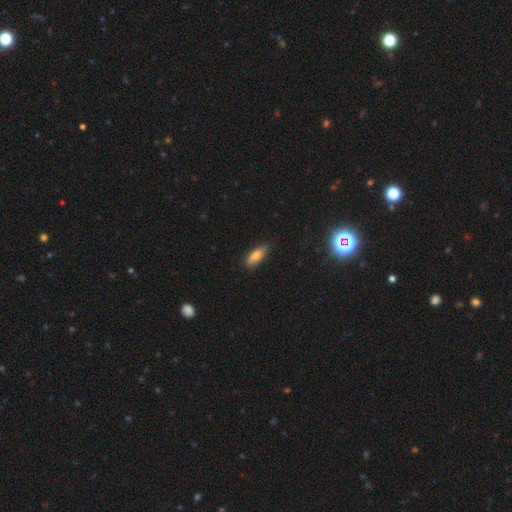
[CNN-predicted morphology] This is likely a smooth galaxy (75%). How rounded: likely in between (66%). Merging: clearly none (82%).